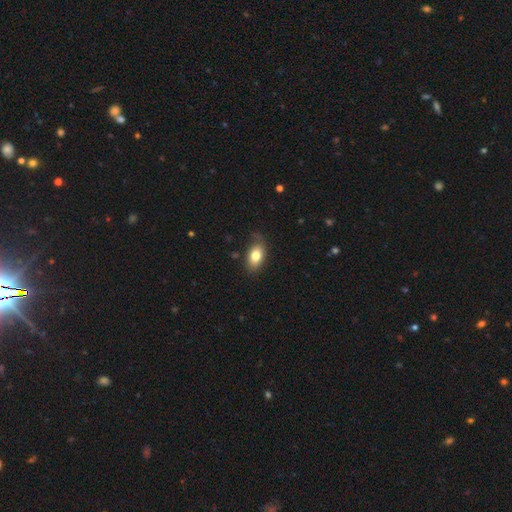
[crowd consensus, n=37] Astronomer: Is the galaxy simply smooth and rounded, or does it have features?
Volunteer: smooth — 86%.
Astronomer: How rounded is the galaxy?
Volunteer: in between — 81%.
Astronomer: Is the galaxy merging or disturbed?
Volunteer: none — 78%.